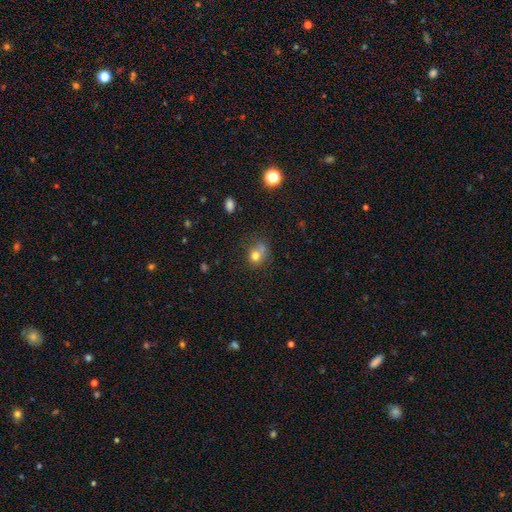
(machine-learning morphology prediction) smooth-or-featured: smooth: 74% | star or artifact: 14% | featured or disk: 12%
  how-rounded: round: 60% | in between: 39% | cigar-shaped: 1%
  merging: none: 43% | minor disturbance: 26% | merger: 18% | major disturbance: 14%